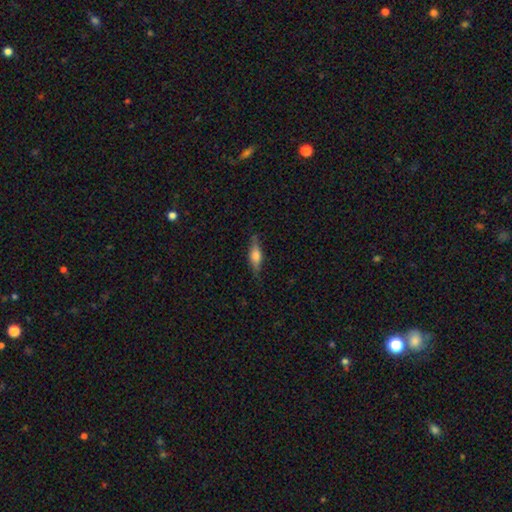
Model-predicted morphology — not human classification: Overall: smooth (53%; featured or disk 40%). How rounded: in between (51%; cigar-shaped 46%). Merging: none (78%).